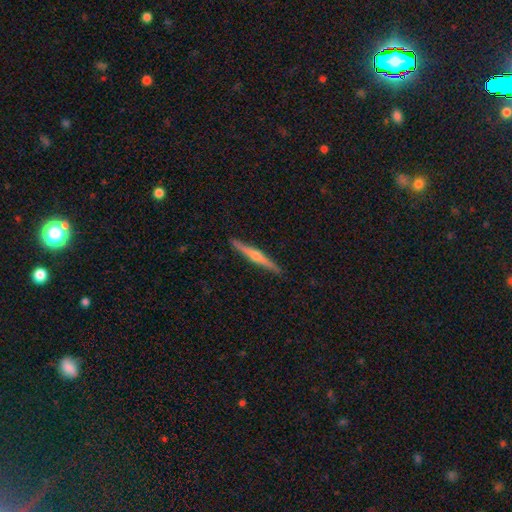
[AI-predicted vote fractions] This is likely a featured or disk galaxy (76%). It is clearly viewed edge-on (98%). Edge-on bulge: clearly rounded (86%). Merging: clearly none (92%).